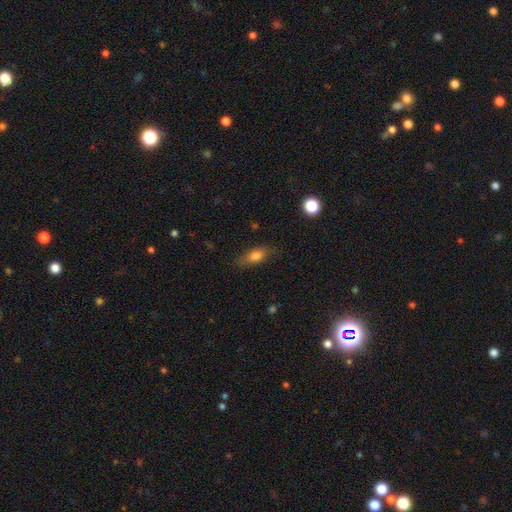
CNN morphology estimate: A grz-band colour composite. It shows a smooth galaxy with no disk features (72%) that is in between round and cigar-shaped (70%). Merging: none (77%).